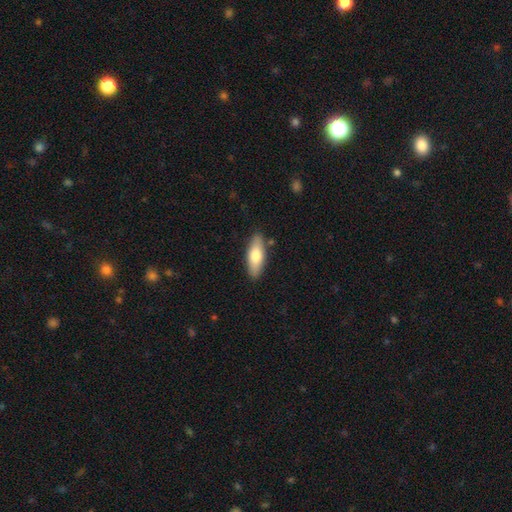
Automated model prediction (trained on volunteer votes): This appears to be a smooth galaxy with no disk features (71%) that is in between round and cigar-shaped (66%). Merging: none (85%).